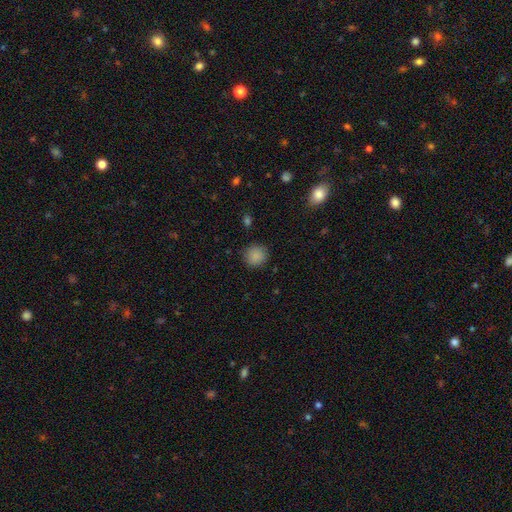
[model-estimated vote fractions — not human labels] A smooth galaxy with no disk features (87%) that is round (92%). Merging: none (89%).